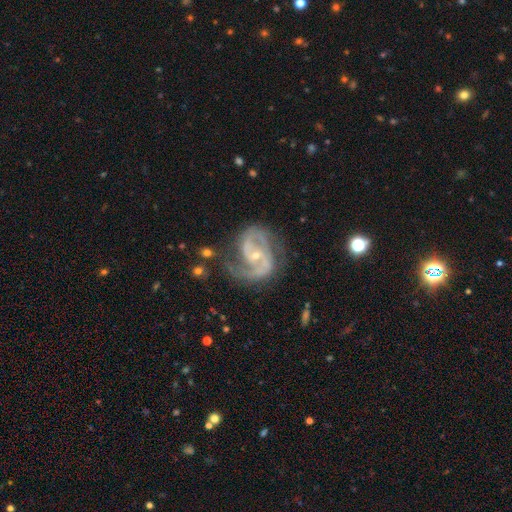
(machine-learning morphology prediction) Smooth or featured? Predicted: featured or disk (p=0.91). Edge-on disk? Predicted: no (p=0.98). Bar? Predicted: no (p=0.48). Spiral arms? Predicted: yes (p=0.98). Spiral winding? Predicted: medium (p=0.56). Spiral arm count? Predicted: 2 (p=0.84). Bulge size? Predicted: small (p=0.68). Merging? Predicted: none (p=0.65).